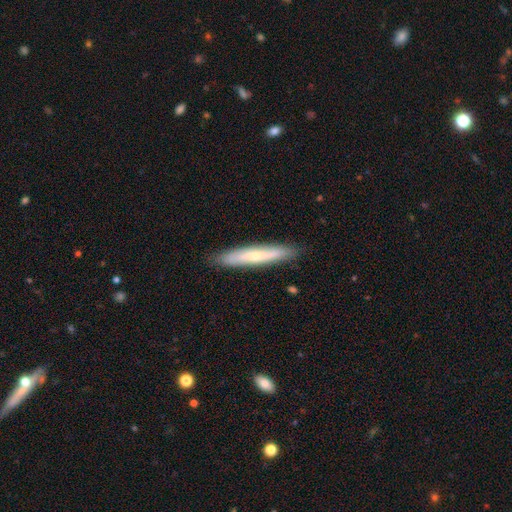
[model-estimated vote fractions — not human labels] Overall: smooth (52%; featured or disk 43%). How rounded: cigar-shaped (91%). Merging: none (89%).